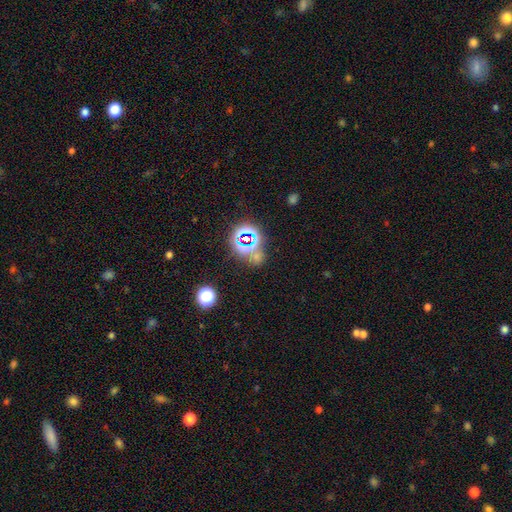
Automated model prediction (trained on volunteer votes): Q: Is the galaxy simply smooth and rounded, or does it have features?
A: star or artifact — 66%.